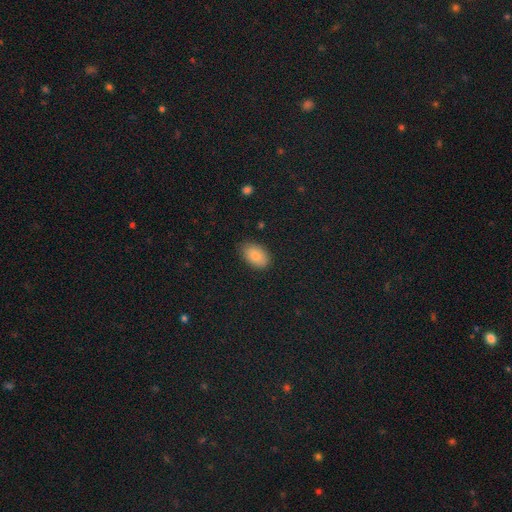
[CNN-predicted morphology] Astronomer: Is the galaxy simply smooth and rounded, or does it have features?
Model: smooth — 84%.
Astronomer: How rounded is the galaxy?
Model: in between — 90%.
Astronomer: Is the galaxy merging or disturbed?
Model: none — 82%.